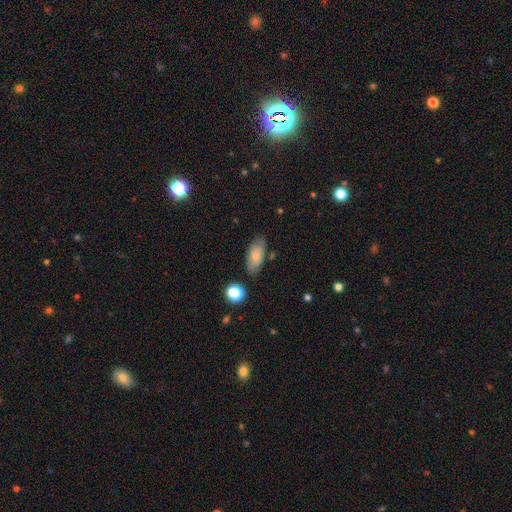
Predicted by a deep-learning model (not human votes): Smooth or featured?
  - smooth: 77% *
  - featured or disk: 16%
  - star or artifact: 7%
How rounded?
  - in between: 88% *
  - cigar-shaped: 9%
  - round: 4%
Merging?
  - none: 76% *
  - minor disturbance: 17%
  - major disturbance: 3%
  - merger: 3%